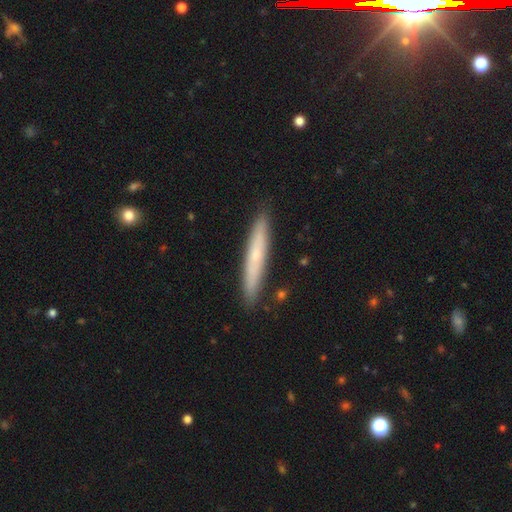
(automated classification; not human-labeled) Smooth or featured? Predicted: smooth (p=0.50). Merging? Predicted: none (p=0.90).